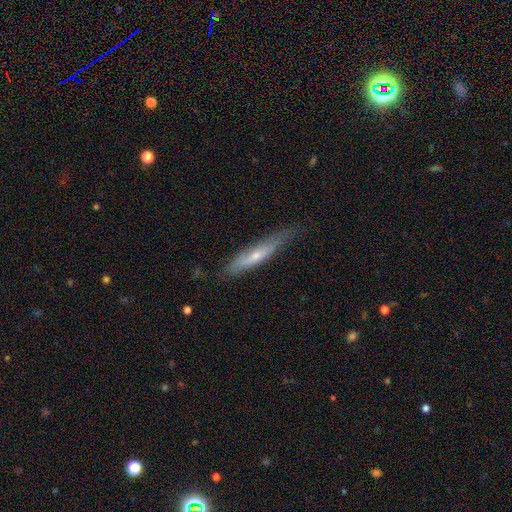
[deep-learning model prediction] Smooth or featured?
  - featured or disk: 51% *
  - smooth: 43%
  - star or artifact: 6%
Edge-on disk?
  - yes: 75% *
  - no: 25%
Merging?
  - none: 67% *
  - minor disturbance: 25%
  - major disturbance: 6%
  - merger: 2%